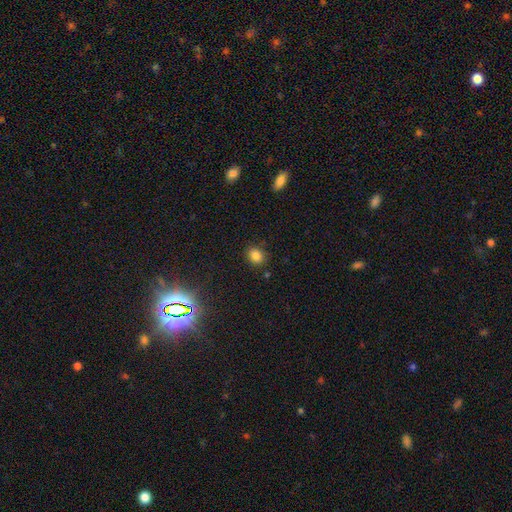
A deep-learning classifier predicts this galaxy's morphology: smooth 82%, star or artifact 13%, featured or disk 5%. Down the decision tree: how rounded — round (54%); merging — none (85%).